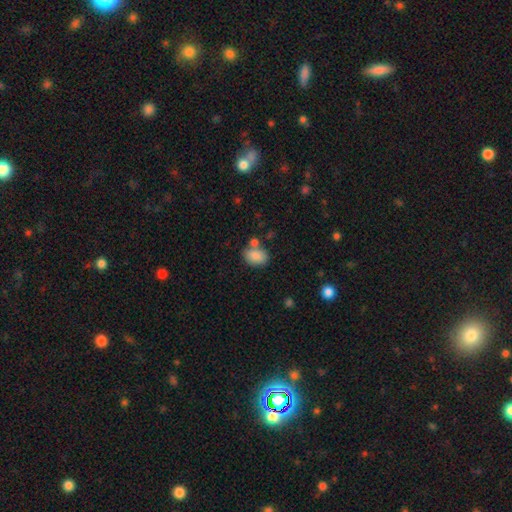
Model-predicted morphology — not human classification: Smooth or featured? smooth (86%)
How rounded? in between (79%)
Merging? none (63%)